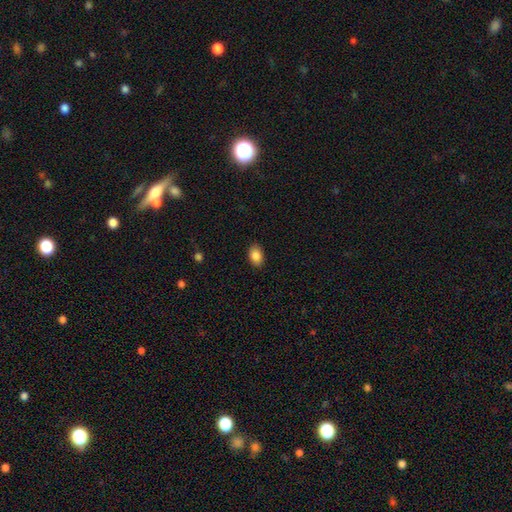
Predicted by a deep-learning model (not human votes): A smooth galaxy with no disk features (87%) that is in between round and cigar-shaped (85%). Merging: none (89%).